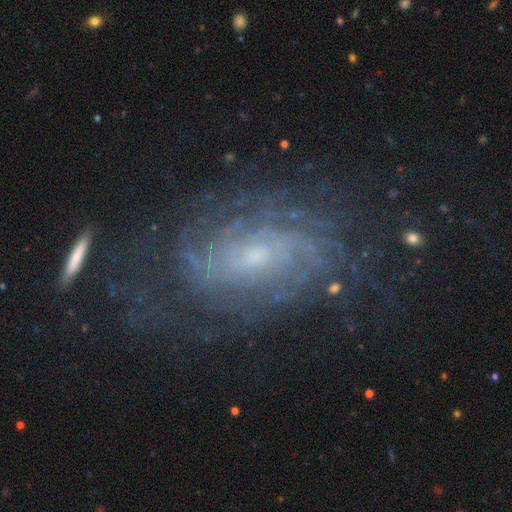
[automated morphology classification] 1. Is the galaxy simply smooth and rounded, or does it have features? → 83% featured or disk, 9% star or artifact, 8% smooth.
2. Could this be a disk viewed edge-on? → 95% no, 5% yes.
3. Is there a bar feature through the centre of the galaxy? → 60% no, 32% weak, 8% strong.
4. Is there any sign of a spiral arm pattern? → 94% yes, 6% no.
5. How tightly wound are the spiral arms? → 65% tight, 27% medium, 8% loose.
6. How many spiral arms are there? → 41% can't tell, 20% 2, 12% 4, 12% 3, 10% more than 4, 7% 1.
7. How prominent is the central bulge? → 72% small, 22% moderate, 3% none, 2% large, 1% dominant.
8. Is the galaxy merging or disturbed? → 73% none, 15% minor disturbance, 9% major disturbance, 2% merger.